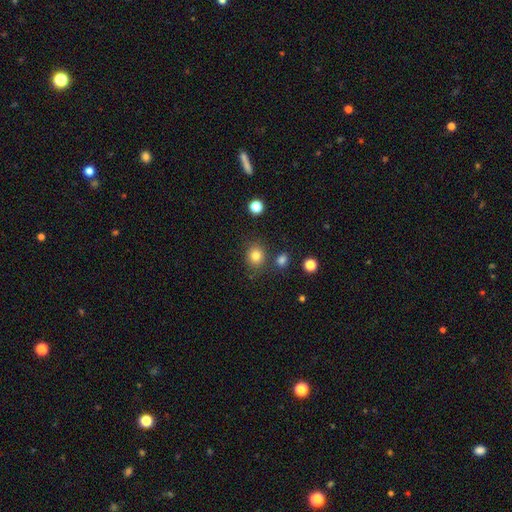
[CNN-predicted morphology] This appears to be a smooth galaxy with no disk features (82%) that is round (80%). Merging: none (80%).